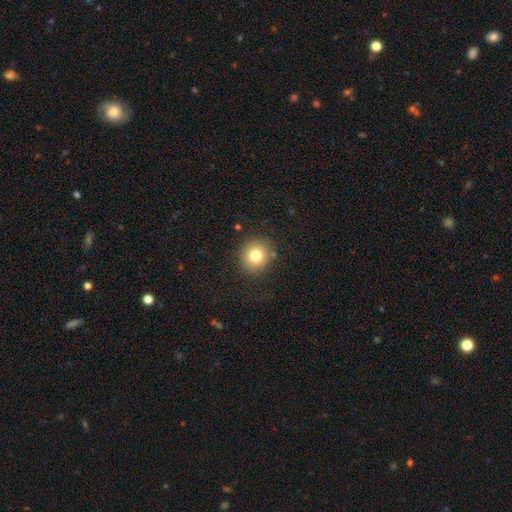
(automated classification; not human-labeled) This appears to be a smooth galaxy with no disk features (79%) that is round (88%). Merging: none (86%).